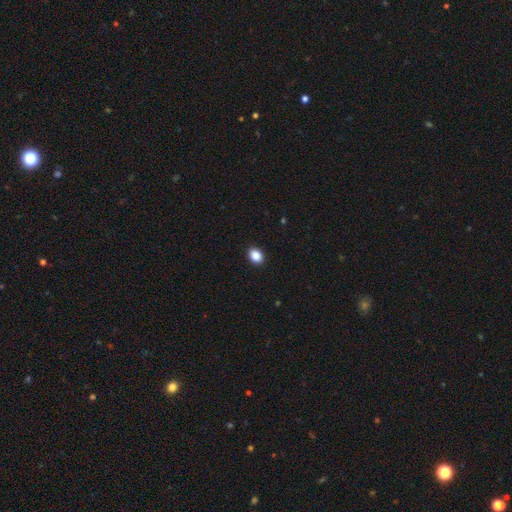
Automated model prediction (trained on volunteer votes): Smooth or featured? smooth (88%)
How rounded? in between (63%)
Merging? none (91%)